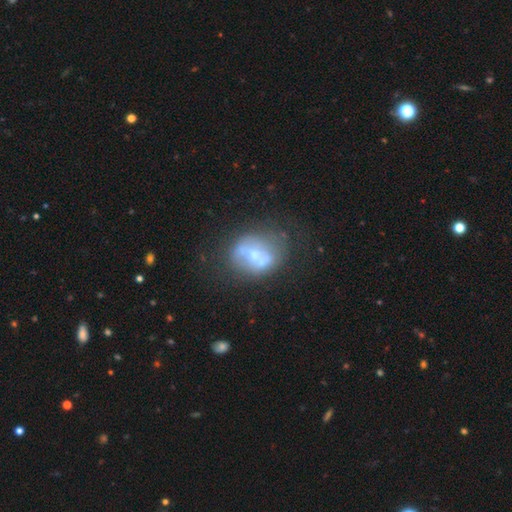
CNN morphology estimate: This appears to be a featured or disk galaxy (54%) with no bar (81%), no spiral arms (88%) and a moderate central bulge (50%). Merging: none (40%).